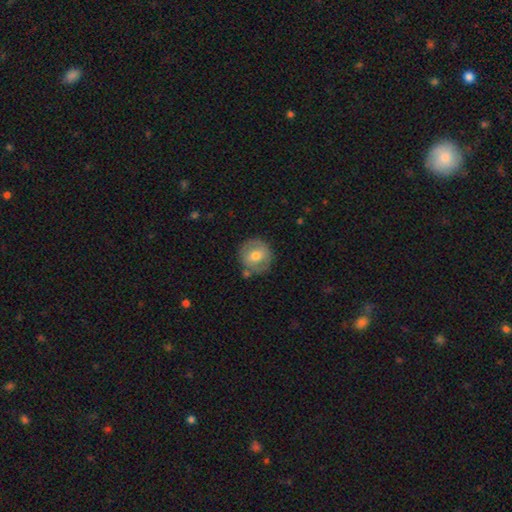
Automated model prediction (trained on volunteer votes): Q: Smooth or featured?
A: smooth (61%); runner-up: featured or disk (32%)
Q: How rounded?
A: round (91%); runner-up: in between (8%)
Q: Merging?
A: none (77%); runner-up: minor disturbance (14%)